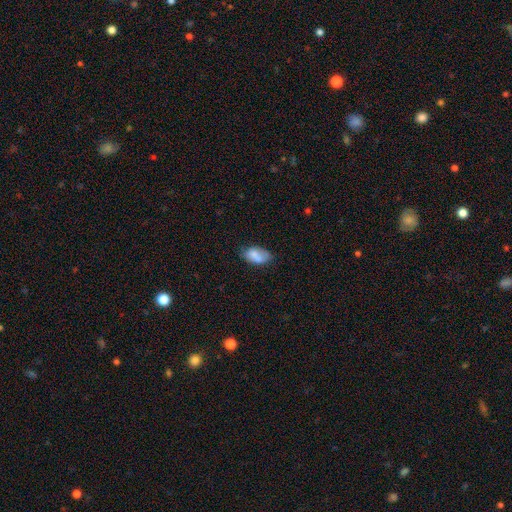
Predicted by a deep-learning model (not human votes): Smooth or featured?
  - smooth: 79% *
  - featured or disk: 13%
  - star or artifact: 8%
How rounded?
  - in between: 93% *
  - round: 5%
  - cigar-shaped: 2%
Merging?
  - none: 56% *
  - minor disturbance: 32%
  - major disturbance: 9%
  - merger: 3%